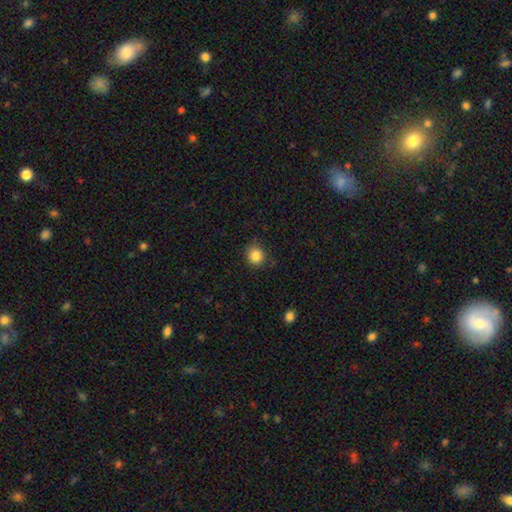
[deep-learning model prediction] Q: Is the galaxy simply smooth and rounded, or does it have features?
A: smooth — 85%.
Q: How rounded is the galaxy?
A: round — 85%.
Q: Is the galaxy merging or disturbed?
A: none — 85%.